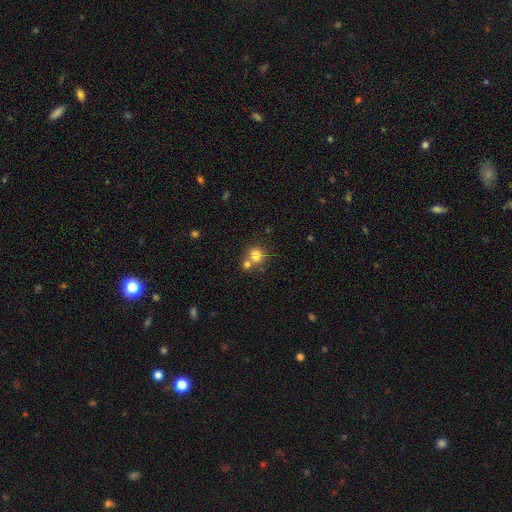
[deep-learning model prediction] Smooth or featured? Predicted: smooth (p=0.78). How rounded? Predicted: round (p=0.89). Merging? Predicted: none (p=0.56).